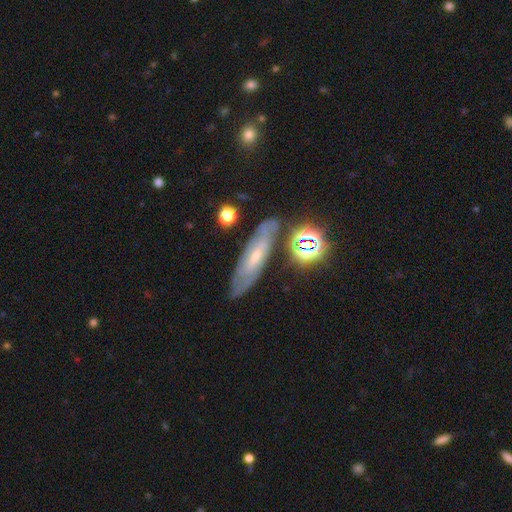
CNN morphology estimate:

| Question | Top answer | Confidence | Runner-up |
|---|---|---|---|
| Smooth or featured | featured or disk | 62% | smooth (23%) |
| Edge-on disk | no | 71% | yes (29%) |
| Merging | none | 77% | minor disturbance (15%) |